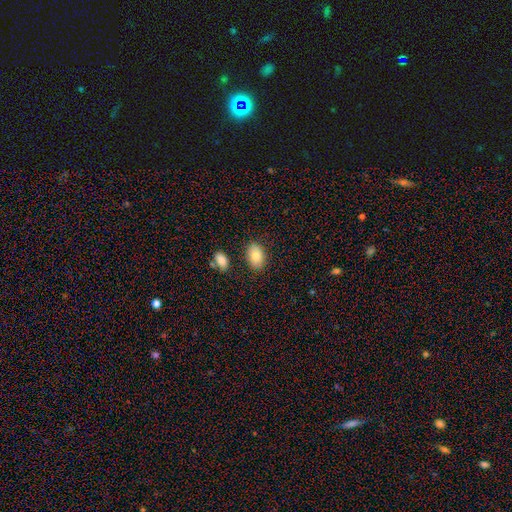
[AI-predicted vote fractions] smooth_or_featured: smooth (p=0.81) [alt: featured or disk p=0.11]
how_rounded: in between (p=0.89) [alt: round p=0.10]
merging: none (p=0.83) [alt: minor disturbance p=0.11]